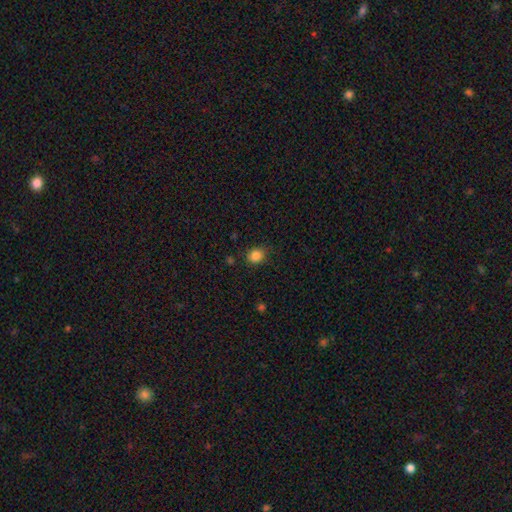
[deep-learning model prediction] A smooth galaxy with no disk features (85%) that is round (73%). Merging: none (83%).